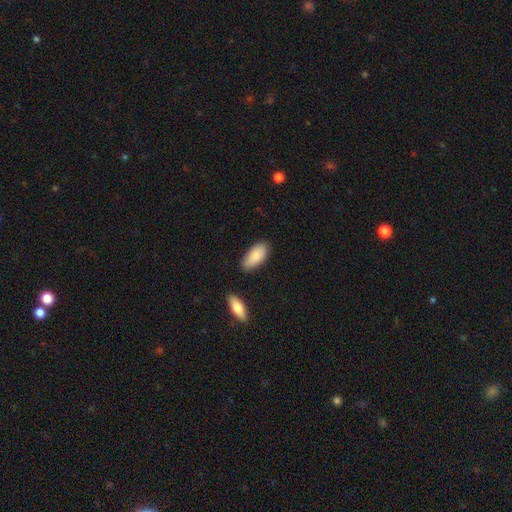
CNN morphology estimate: Overall: smooth (87%). How rounded: in between (89%). Merging: none (81%).